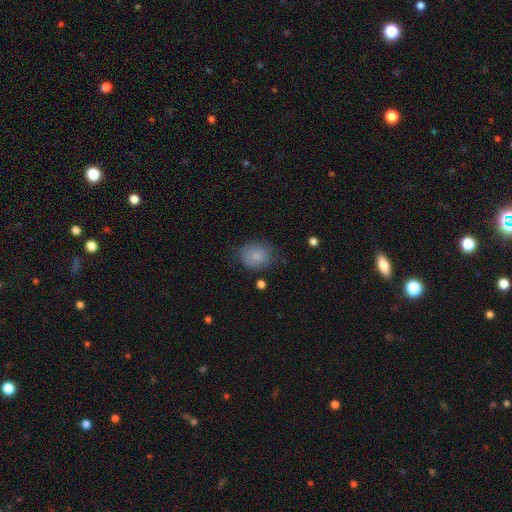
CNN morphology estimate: A smooth galaxy with no disk features (83%) that is round (60%). Merging: none (69%).